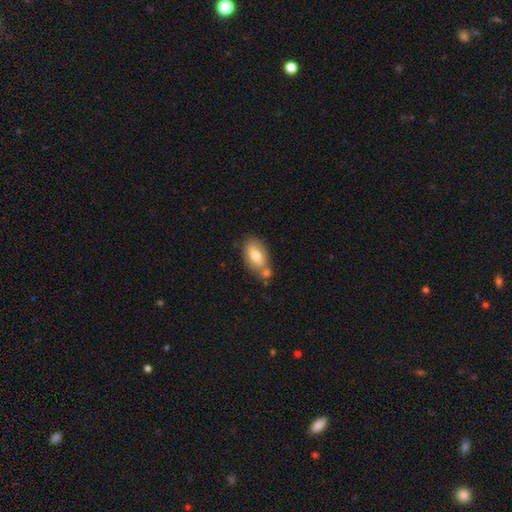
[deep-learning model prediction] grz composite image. It shows a smooth galaxy with no disk features (68%) that is in between round and cigar-shaped (89%). Merging: none (58%).